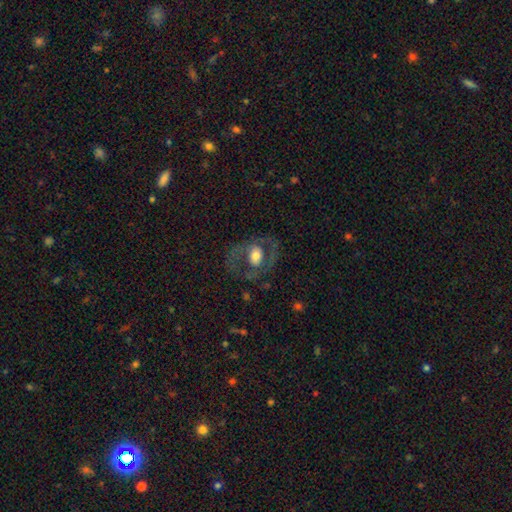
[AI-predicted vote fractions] A featured or disk galaxy (53%) with no bar (66%), no spiral arms (69%) and a moderate central bulge (52%).

Vote fractions:
- Smooth or featured? featured or disk: 53% / smooth: 39% / star or artifact: 7%
- Edge-on disk? no: 94% / yes: 6%
- Bar? no: 66% / weak: 23% / strong: 11%
- Spiral arms? no: 69% / yes: 31%
- Bulge size? moderate: 52% / large: 32% / small: 11% / dominant: 3% / none: 2%
- Merging? none: 65% / major disturbance: 18% / minor disturbance: 16% / merger: 2%